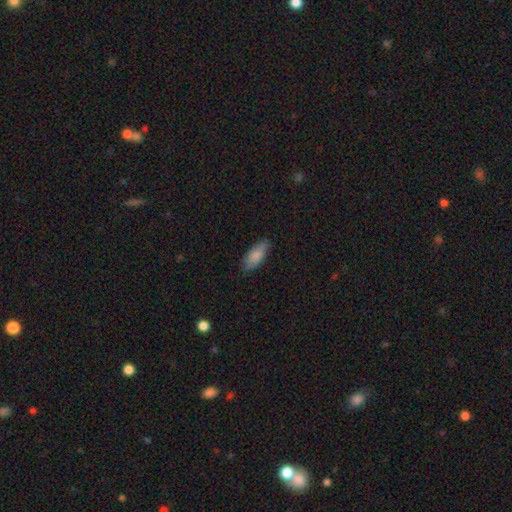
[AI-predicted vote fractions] Overall: smooth (85%). How rounded: in between (83%). Merging: none (81%).